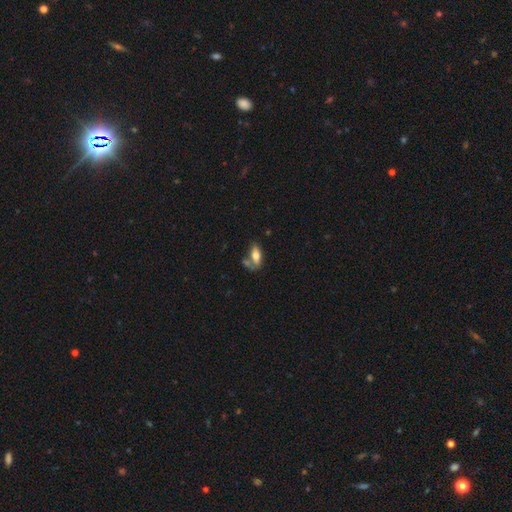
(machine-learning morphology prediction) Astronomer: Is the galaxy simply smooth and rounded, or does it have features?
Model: smooth — 67%.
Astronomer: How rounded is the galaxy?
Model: in between — 78%.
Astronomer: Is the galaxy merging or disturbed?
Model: none — 49% (runner-up: merger, 27%).